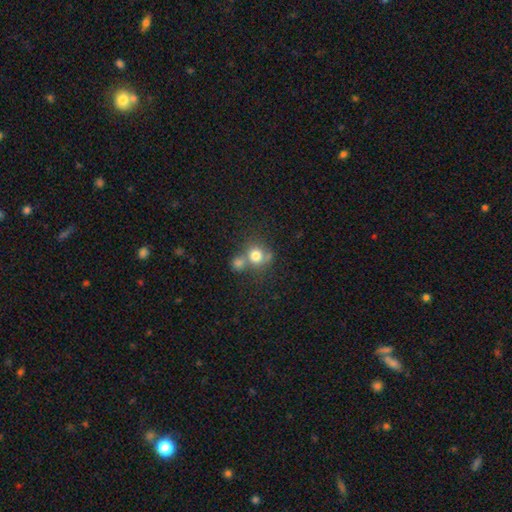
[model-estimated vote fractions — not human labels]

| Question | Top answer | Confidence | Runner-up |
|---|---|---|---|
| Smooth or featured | smooth | 75% | star or artifact (13%) |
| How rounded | round | 84% | in between (15%) |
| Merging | none | 43% | tied: merger (43%) |